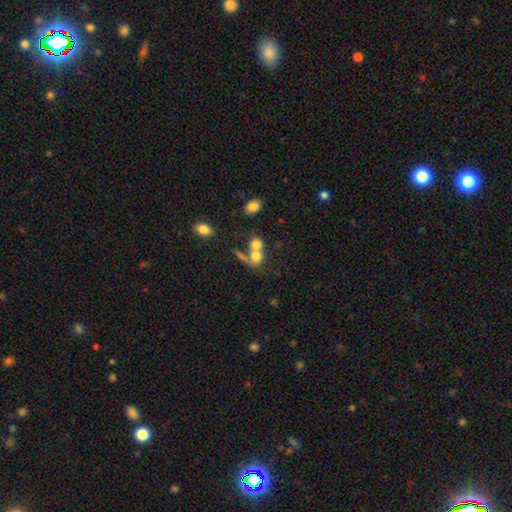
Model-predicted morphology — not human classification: smooth-or-featured: smooth: 70% | featured or disk: 18% | star or artifact: 11%
  how-rounded: round: 56% | in between: 41% | cigar-shaped: 3%
  merging: merger: 62% | none: 24% | major disturbance: 7% | minor disturbance: 7%